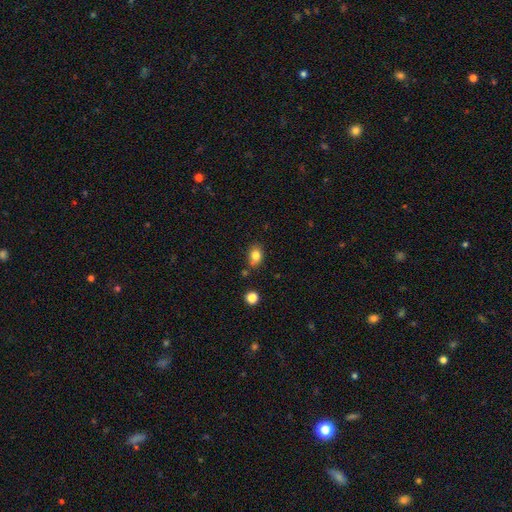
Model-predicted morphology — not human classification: Q: Smooth or featured?
A: smooth (82%); runner-up: star or artifact (11%)
Q: How rounded?
A: in between (63%); runner-up: round (36%)
Q: Merging?
A: none (67%); runner-up: minor disturbance (18%)